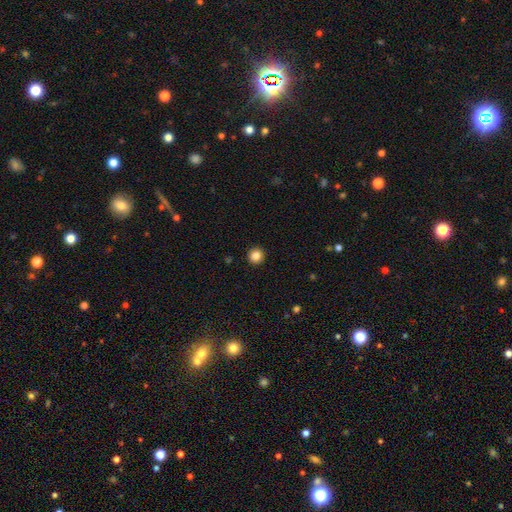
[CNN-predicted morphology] Smooth or featured? smooth (84%)
How rounded? round (95%)
Merging? none (93%)